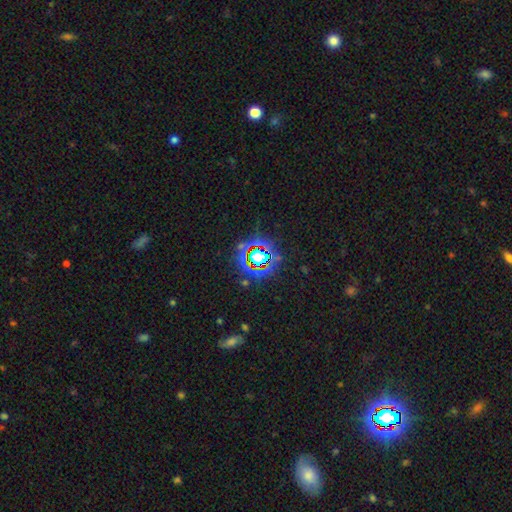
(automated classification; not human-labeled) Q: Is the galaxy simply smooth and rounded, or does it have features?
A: star or artifact — 71%.